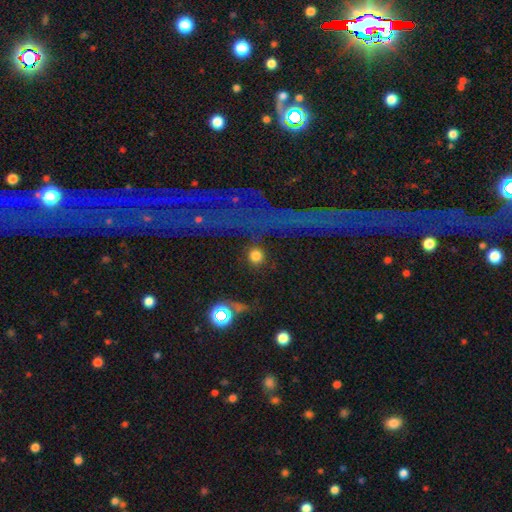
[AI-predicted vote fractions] A smooth galaxy with no disk features (78%) that is round (93%).

Vote fractions:
- Smooth or featured? smooth: 78% / star or artifact: 15% / featured or disk: 7%
- How rounded? round: 93% / in between: 6% / cigar-shaped: 1%
- Merging? none: 85% / minor disturbance: 7% / merger: 4% / major disturbance: 4%